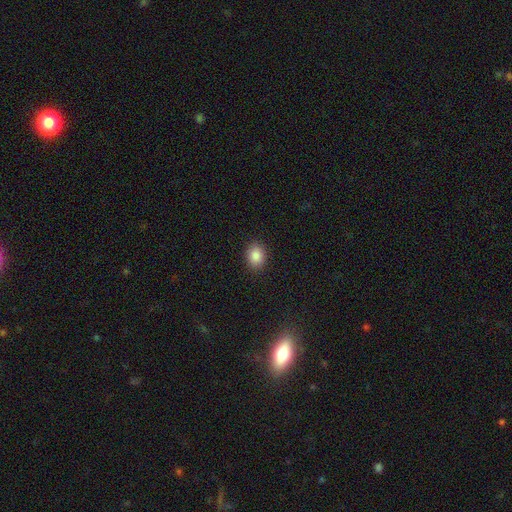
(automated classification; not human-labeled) This is clearly a smooth galaxy (87%). How rounded: possibly in between (56%). Merging: clearly none (89%).